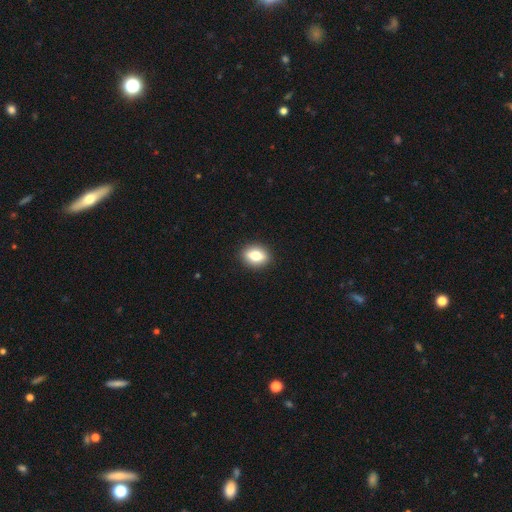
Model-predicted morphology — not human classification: type=smooth (74%); roundness=in between (62%); merging=none (90%).